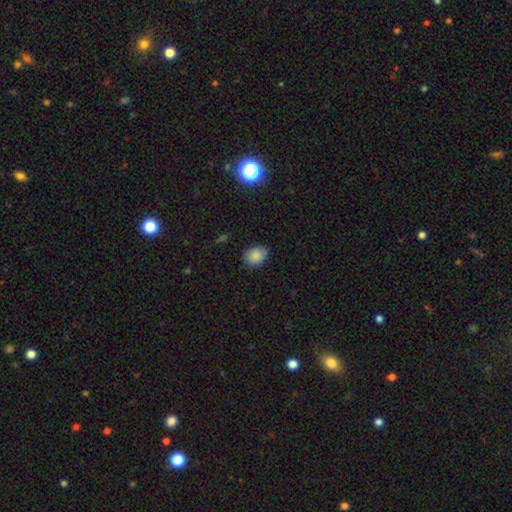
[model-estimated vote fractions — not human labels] A smooth galaxy with no disk features (87%) that is in between round and cigar-shaped (59%). Merging: none (83%).